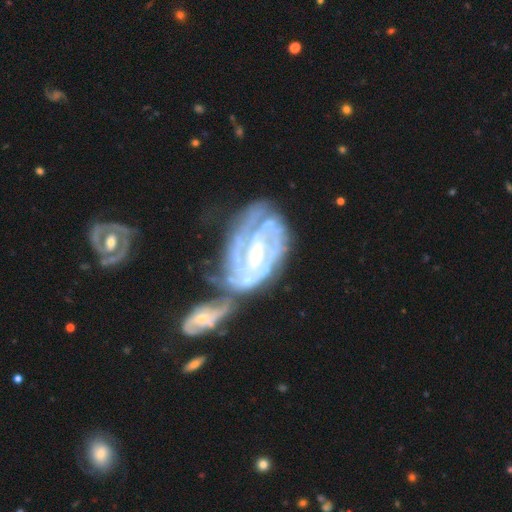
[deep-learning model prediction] Overall: featured or disk (89%). Edge-on disk: no (96%). Bar: weak (39%; no 36%). Spiral arms: yes (94%). Spiral arm count: can't tell (34%; 2 30%). Spiral winding: tight (67%). Bulge size: small (63%; moderate 33%). Merging: merger (55%; none 18%).